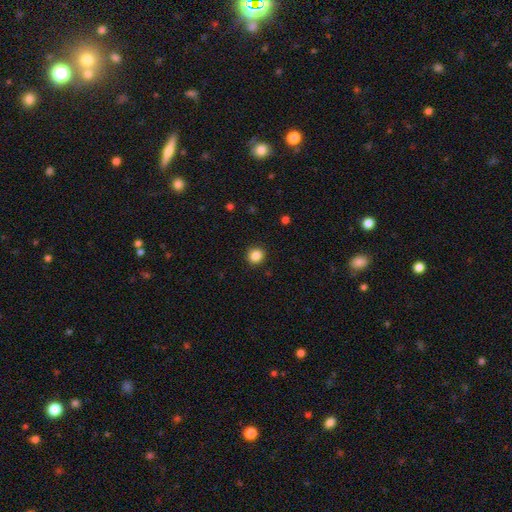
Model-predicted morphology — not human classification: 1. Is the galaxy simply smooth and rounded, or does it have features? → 86% smooth, 11% star or artifact, 4% featured or disk.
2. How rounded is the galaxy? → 89% round, 10% in between, 1% cigar-shaped.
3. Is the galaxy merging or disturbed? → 92% none, 6% minor disturbance, 2% major disturbance, 1% merger.